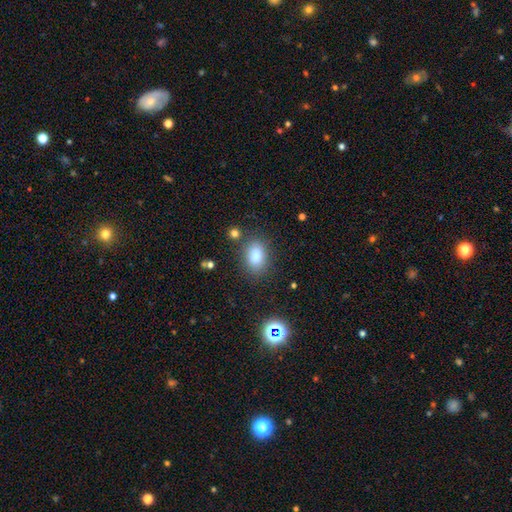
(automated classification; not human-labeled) Smooth or featured? Predicted: smooth (p=0.83). How rounded? Predicted: in between (p=0.82). Merging? Predicted: none (p=0.78).